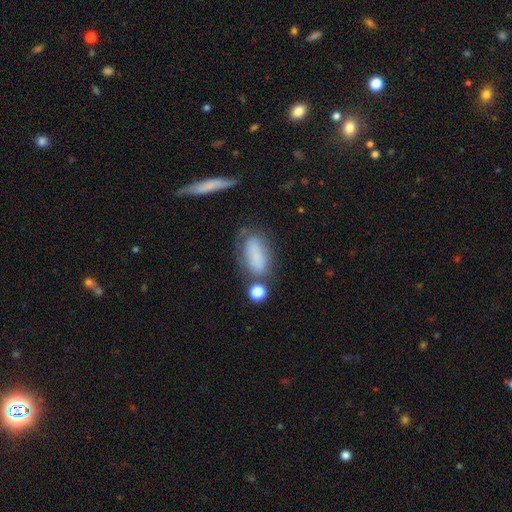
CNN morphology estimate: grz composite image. It shows a smooth galaxy with no disk features (69%) that is in between round and cigar-shaped (77%). Merging: none (48%).